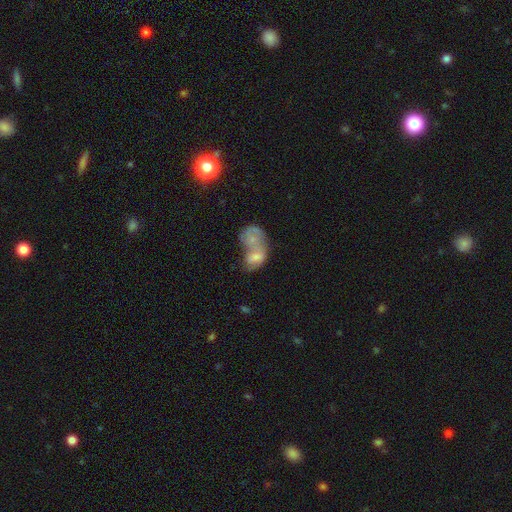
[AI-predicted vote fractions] smooth_or_featured: smooth (p=0.56) [alt: featured or disk p=0.35]
how_rounded: in between (p=0.82) [alt: round p=0.16]
merging: merger (p=0.77) [alt: none p=0.09]